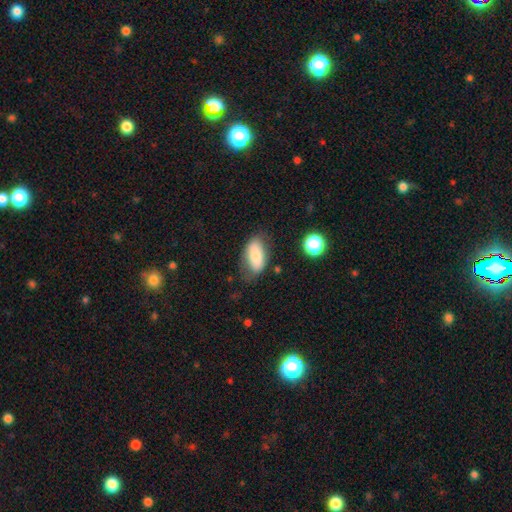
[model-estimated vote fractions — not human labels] smooth_or_featured: smooth (p=0.77) [alt: featured or disk p=0.15]
how_rounded: in between (p=0.89) [alt: cigar-shaped p=0.07]
merging: none (p=0.61) [alt: minor disturbance p=0.26]